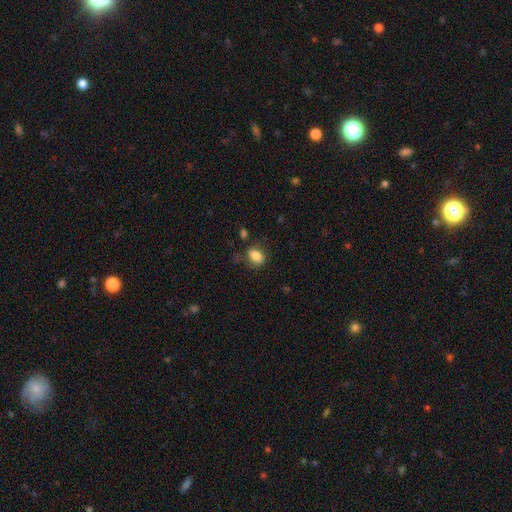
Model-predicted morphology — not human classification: A smooth galaxy with no disk features (84%) that is in between round and cigar-shaped (81%).

Vote fractions:
- Smooth or featured? smooth: 84% / star or artifact: 9% / featured or disk: 7%
- How rounded? in between: 81% / round: 17% / cigar-shaped: 2%
- Merging? none: 69% / minor disturbance: 20% / major disturbance: 7% / merger: 4%